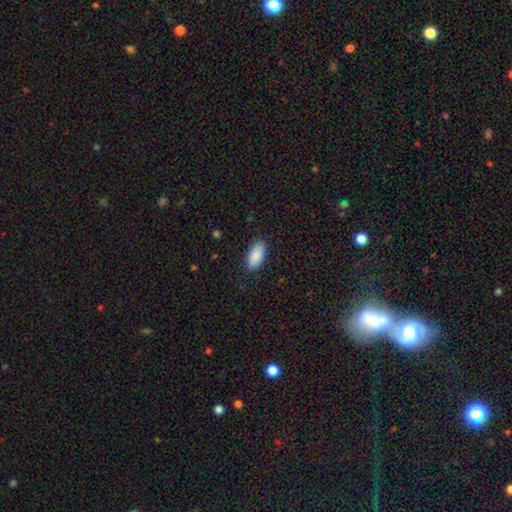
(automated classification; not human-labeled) This is clearly a smooth galaxy (89%). How rounded: clearly in between (92%). Merging: clearly none (88%).